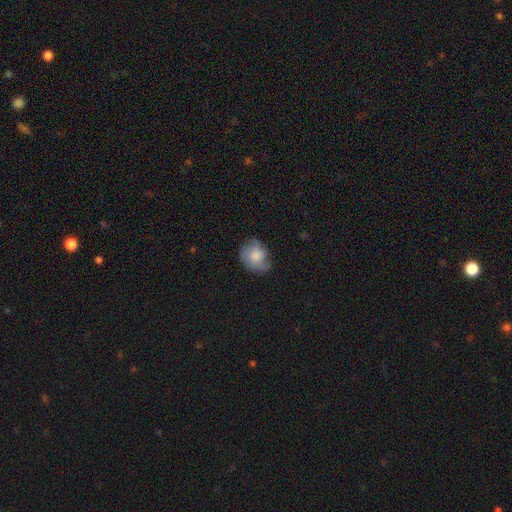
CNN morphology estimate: A smooth galaxy with no disk features (65%) that is round (56%).

Vote fractions:
- Smooth or featured? smooth: 65% / featured or disk: 27% / star or artifact: 8%
- How rounded? round: 56% / in between: 43% / cigar-shaped: 1%
- Merging? none: 58% / minor disturbance: 30% / major disturbance: 11% / merger: 2%